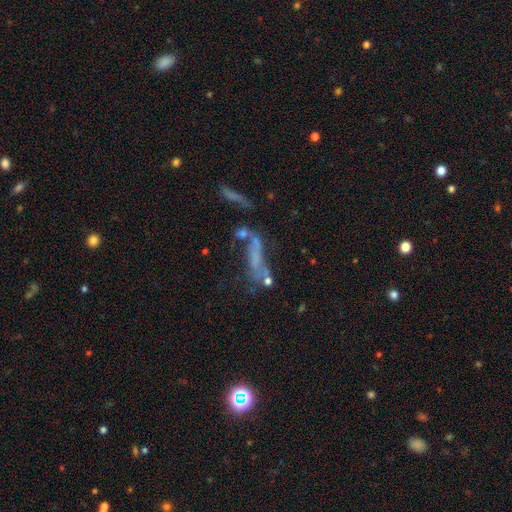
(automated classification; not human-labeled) Smooth or featured? Predicted: featured or disk (p=0.41). Merging? Predicted: merger (p=0.32, tied with none).